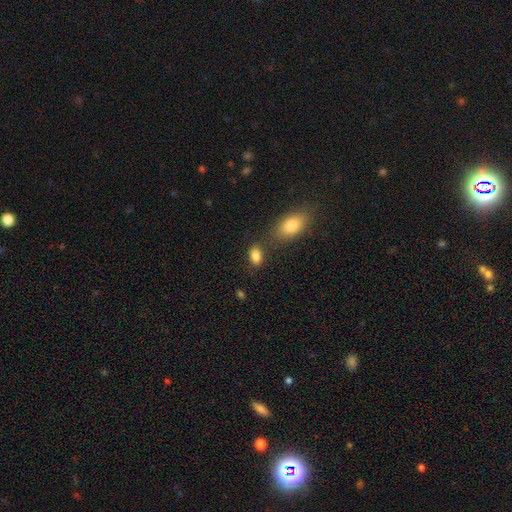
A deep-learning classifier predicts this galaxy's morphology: smooth 86%, star or artifact 9%, featured or disk 6%. Down the decision tree: how rounded — in between (88%); merging — none (69%).